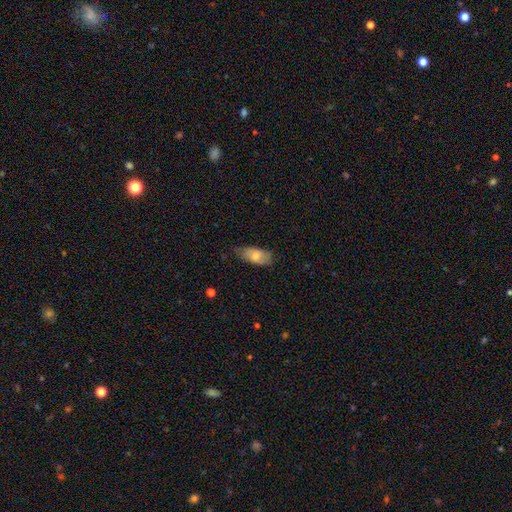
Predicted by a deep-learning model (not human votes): This appears to be a smooth galaxy with no disk features (74%) that is in between round and cigar-shaped (88%). Merging: none (62%).